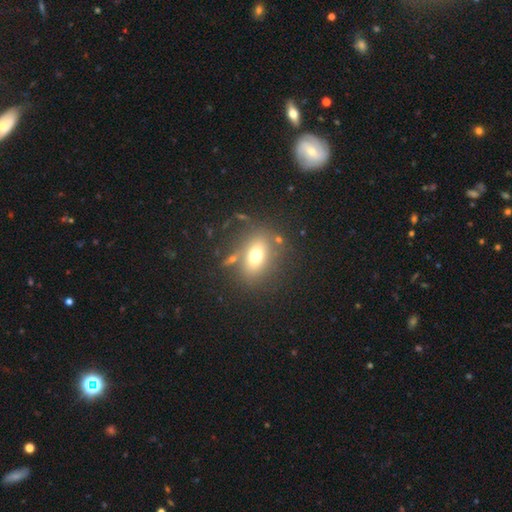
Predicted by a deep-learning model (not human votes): Morphology: type=smooth (68%); roundness=in between (66%); merging=none (73%).